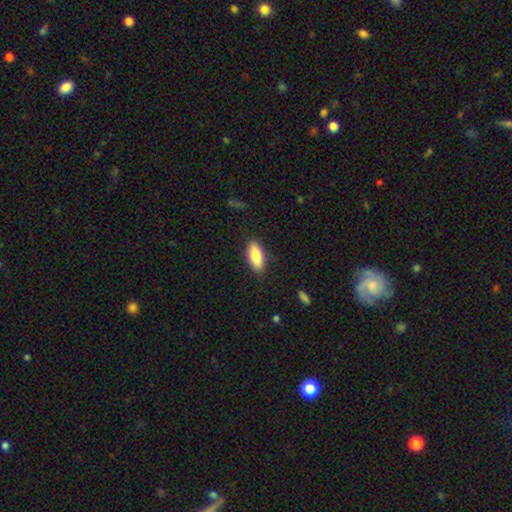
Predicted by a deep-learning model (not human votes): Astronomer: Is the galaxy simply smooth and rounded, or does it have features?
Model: smooth — 85%.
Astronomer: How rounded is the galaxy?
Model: in between — 79%.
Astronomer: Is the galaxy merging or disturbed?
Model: none — 87%.